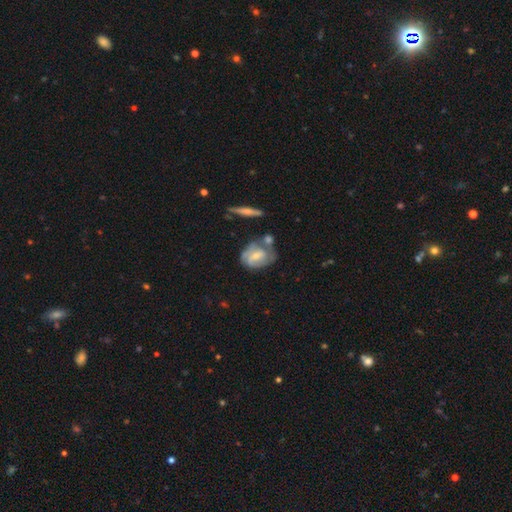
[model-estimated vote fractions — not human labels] Overall: featured or disk (62%; smooth 31%). Edge-on disk: no (94%). Bar: no (49%; weak 40%). Spiral arms: yes (75%). Bulge size: small (51%; moderate 42%). Merging: none (42%; merger 24%).